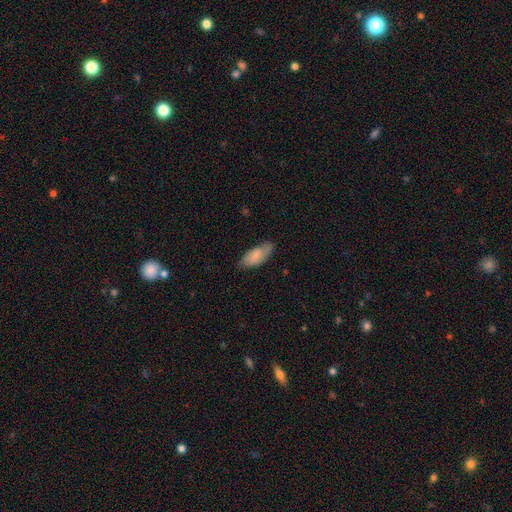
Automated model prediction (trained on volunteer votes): Smooth or featured: smooth — 79% (featured or disk — 15%)
How rounded: in between — 87% (cigar-shaped — 11%)
Merging: none — 69% (minor disturbance — 25%)